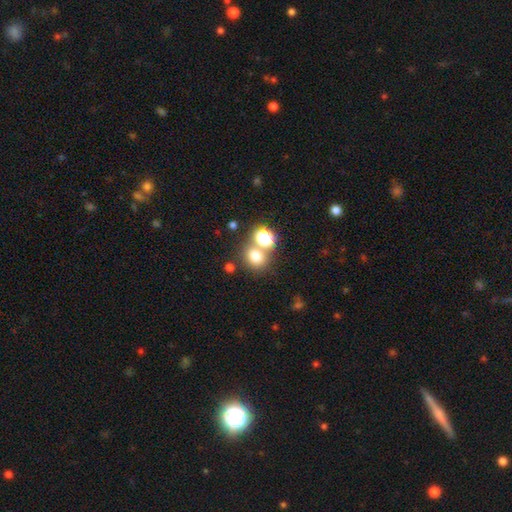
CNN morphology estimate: Smooth or featured?
  - smooth: 71% *
  - star or artifact: 21%
  - featured or disk: 9%
How rounded?
  - round: 78% *
  - in between: 21%
  - cigar-shaped: 1%
Merging?
  - none: 62% *
  - merger: 26%
  - minor disturbance: 8%
  - major disturbance: 4%